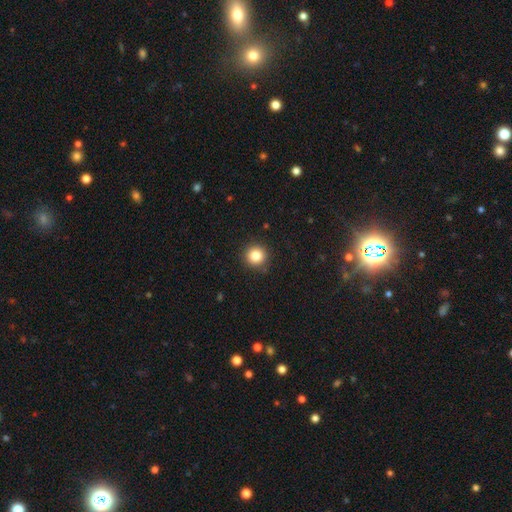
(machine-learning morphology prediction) The model was most divided on "smooth or featured": smooth: 83%, star or artifact: 11%, featured or disk: 6%. More confident: how rounded — round (95%); merging — none (90%).